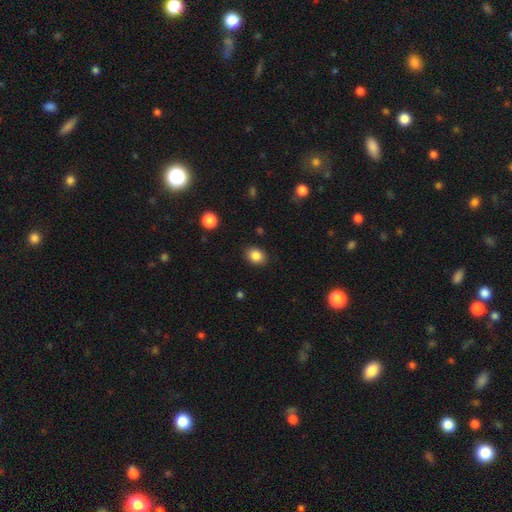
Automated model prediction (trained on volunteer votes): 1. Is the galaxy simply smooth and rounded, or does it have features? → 86% smooth, 10% star or artifact, 4% featured or disk.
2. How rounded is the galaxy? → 53% in between, 46% round, 1% cigar-shaped.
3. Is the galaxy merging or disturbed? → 88% none, 9% minor disturbance, 2% major disturbance, 1% merger.